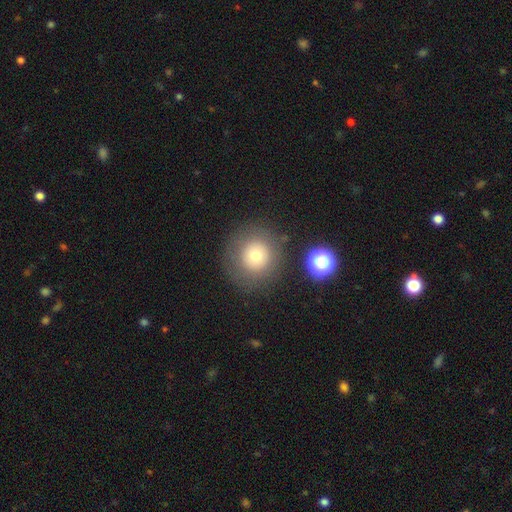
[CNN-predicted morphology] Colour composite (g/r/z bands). It shows a smooth galaxy with no disk features (70%) that is round (92%). Merging: none (82%).